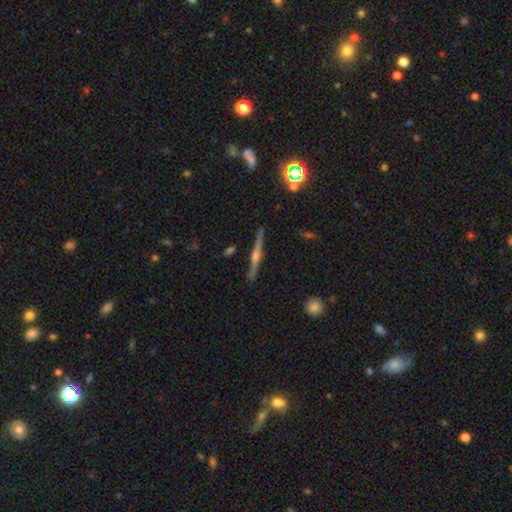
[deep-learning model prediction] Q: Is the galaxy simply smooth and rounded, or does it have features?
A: featured or disk — 82%.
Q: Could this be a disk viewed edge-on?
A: yes — 98%.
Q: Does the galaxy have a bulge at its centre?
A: rounded — 89%.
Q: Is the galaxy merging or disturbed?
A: none — 90%.